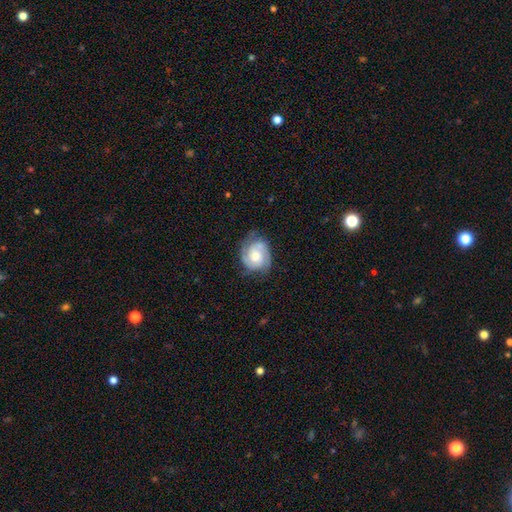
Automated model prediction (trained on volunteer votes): A featured or disk galaxy (76%) with no bar (67%), 2 (75%) tight (54%) spiral arms (94%) and a moderate central bulge (52%).

Vote fractions:
- Smooth or featured? featured or disk: 76% / smooth: 18% / star or artifact: 6%
- Edge-on disk? no: 98% / yes: 2%
- Bar? no: 67% / weak: 28% / strong: 5%
- Spiral arms? yes: 94% / no: 6%
- Spiral winding? tight: 54% / medium: 37% / loose: 9%
- Spiral arm count? 2: 75% / can't tell: 10% / 3: 8% / 1: 4% / 4: 2% / more than 4: 2%
- Bulge size? moderate: 52% / small: 26% / large: 16% / none: 5% / dominant: 2%
- Merging? none: 70% / minor disturbance: 21% / major disturbance: 8% / merger: 1%